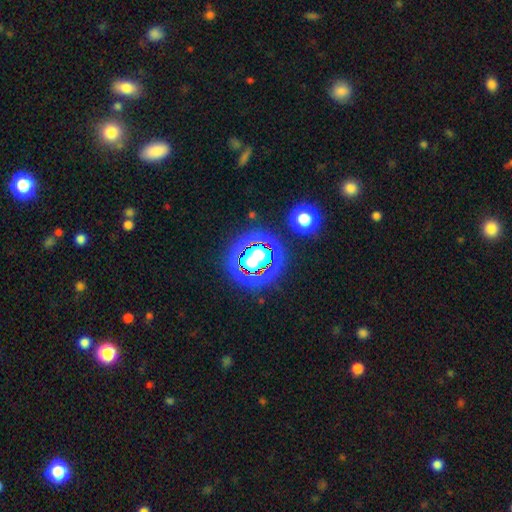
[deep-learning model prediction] This appears to be a star or artifact, not a galaxy (55%).